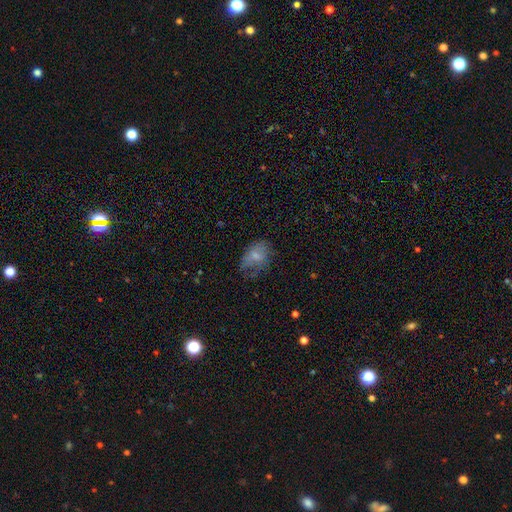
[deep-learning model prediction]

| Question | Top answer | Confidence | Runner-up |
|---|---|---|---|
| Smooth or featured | smooth | 66% | featured or disk (25%) |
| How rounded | in between | 79% | round (20%) |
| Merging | none | 42% | minor disturbance (32%) |